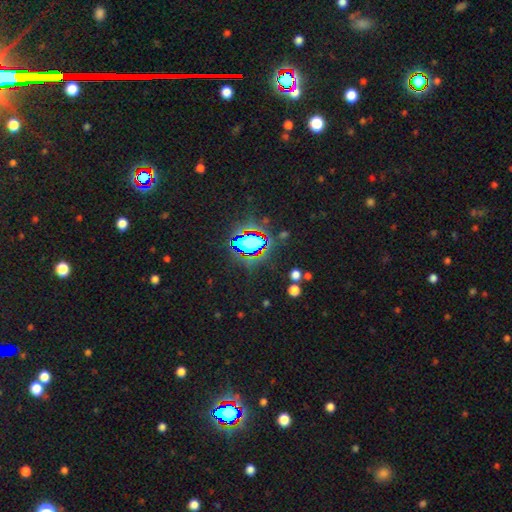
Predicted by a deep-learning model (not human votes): Q: Smooth or featured?
A: star or artifact (84%); runner-up: smooth (9%)